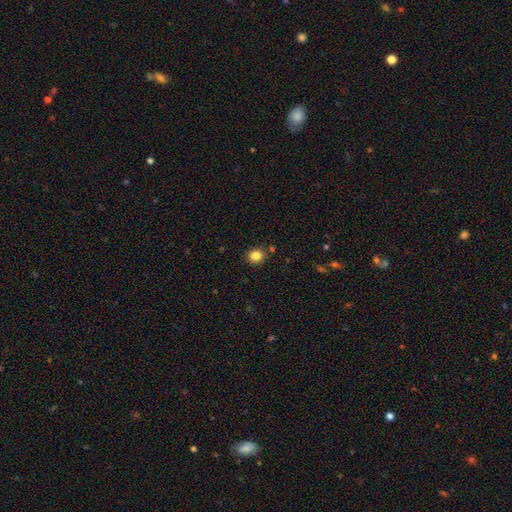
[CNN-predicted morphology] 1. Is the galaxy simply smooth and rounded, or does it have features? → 85% smooth, 11% star or artifact, 4% featured or disk.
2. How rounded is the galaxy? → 78% round, 21% in between, 1% cigar-shaped.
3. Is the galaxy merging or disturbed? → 87% none, 8% minor disturbance, 3% merger, 2% major disturbance.